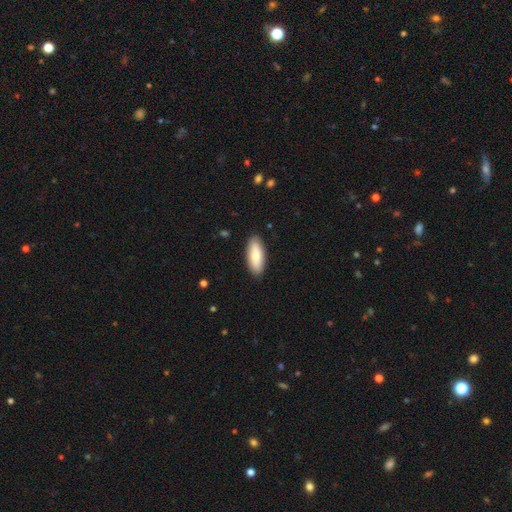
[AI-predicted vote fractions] smooth_or_featured: smooth (p=0.79) [alt: featured or disk p=0.16]
how_rounded: in between (p=0.76) [alt: cigar-shaped p=0.22]
merging: none (p=0.89) [alt: minor disturbance p=0.09]